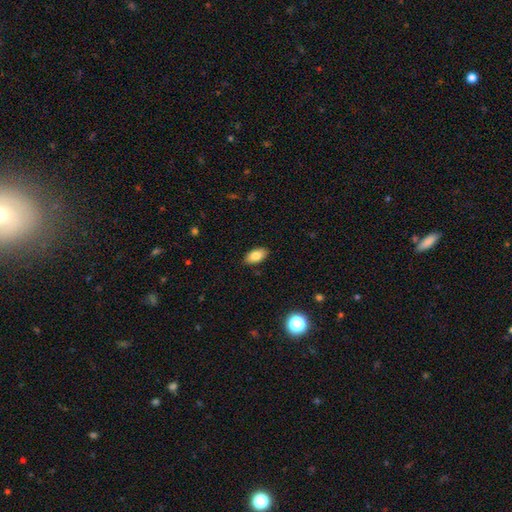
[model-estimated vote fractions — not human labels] A smooth galaxy with no disk features (83%) that is in between round and cigar-shaped (93%). Merging: none (88%).